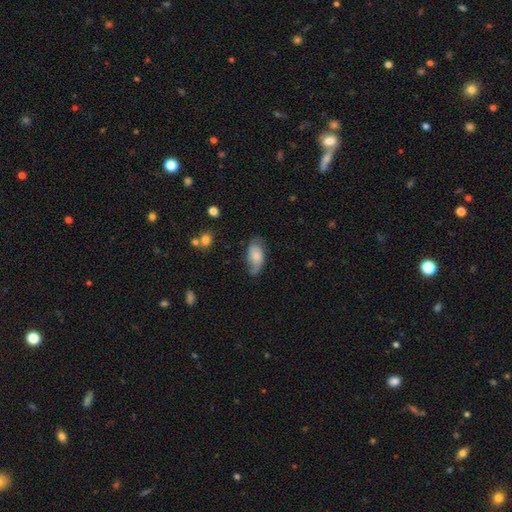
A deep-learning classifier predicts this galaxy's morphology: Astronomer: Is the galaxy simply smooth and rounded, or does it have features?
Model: smooth — 64%.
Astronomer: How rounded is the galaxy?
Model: in between — 92%.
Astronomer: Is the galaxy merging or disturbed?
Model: none — 59%.